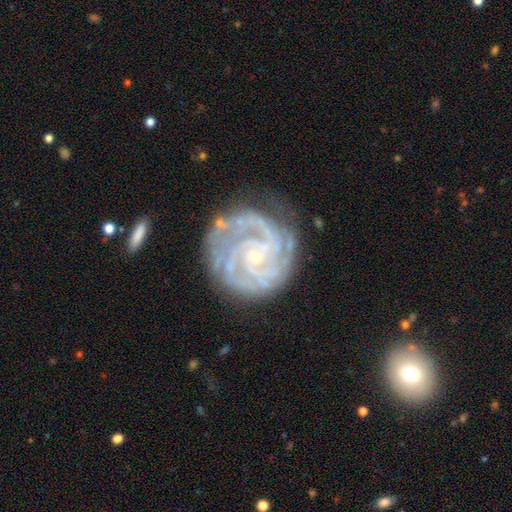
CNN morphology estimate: Q: Smooth or featured?
A: featured or disk (90%); runner-up: star or artifact (5%)
Q: Edge-on disk?
A: no (98%); runner-up: yes (2%)
Q: Bar?
A: no (66%); runner-up: weak (25%)
Q: Spiral arms?
A: yes (98%); runner-up: no (2%)
Q: Spiral winding?
A: tight (78%); runner-up: medium (19%)
Q: Spiral arm count?
A: 3 (28%); runner-up: 2 (24%)
Q: Bulge size?
A: small (82%); runner-up: moderate (12%)
Q: Merging?
A: none (70%); runner-up: minor disturbance (20%)